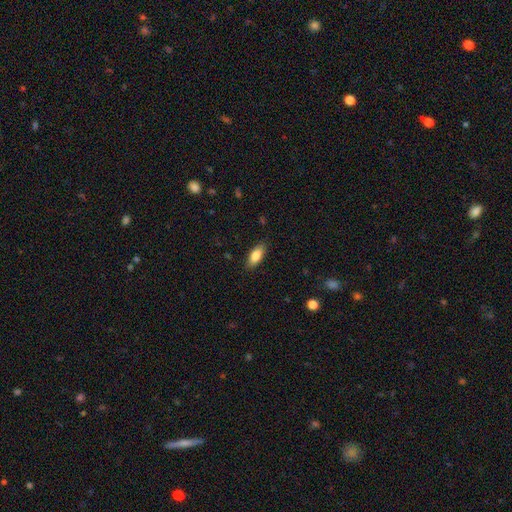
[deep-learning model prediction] Overall: smooth (83%). How rounded: in between (81%). Merging: none (85%).